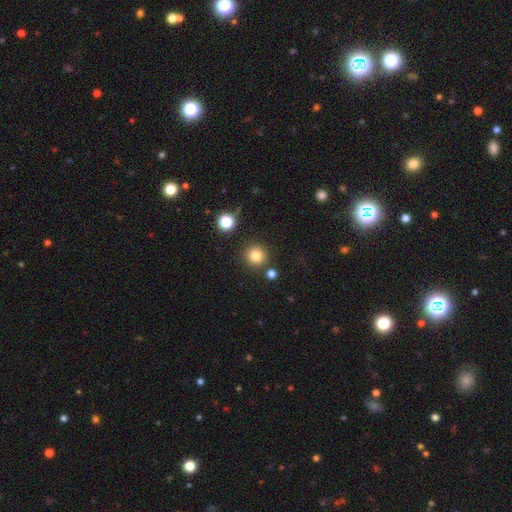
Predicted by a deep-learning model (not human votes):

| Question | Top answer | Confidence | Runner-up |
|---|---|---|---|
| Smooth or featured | smooth | 81% | star or artifact (13%) |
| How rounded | round | 94% | in between (5%) |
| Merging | none | 86% | minor disturbance (7%) |